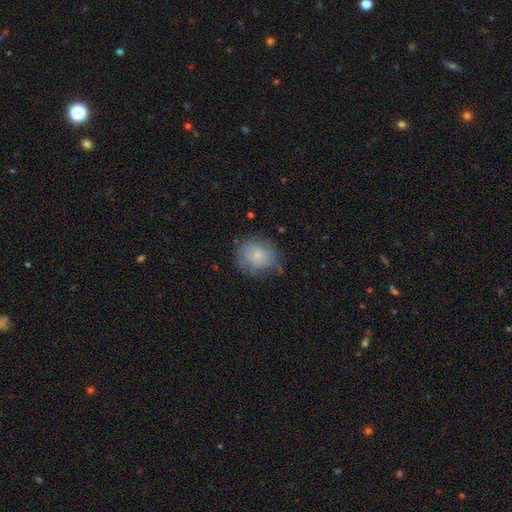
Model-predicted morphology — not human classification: Overall: smooth (69%). How rounded: round (80%). Merging: none (59%; minor disturbance 29%).